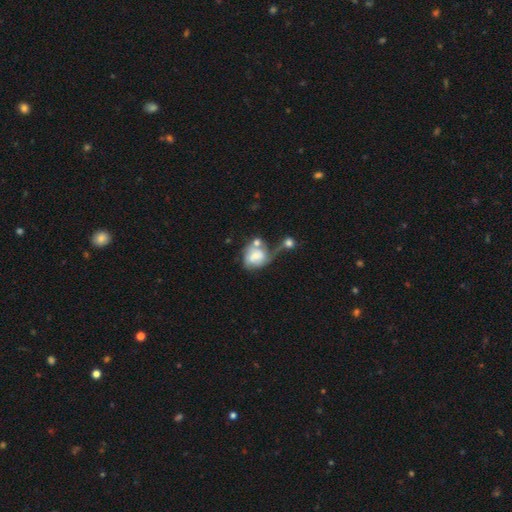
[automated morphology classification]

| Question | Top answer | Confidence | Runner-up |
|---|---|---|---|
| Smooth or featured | smooth | 51% | featured or disk (40%) |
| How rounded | round | 54% | in between (45%) |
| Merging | merger | 40% | major disturbance (22%) |